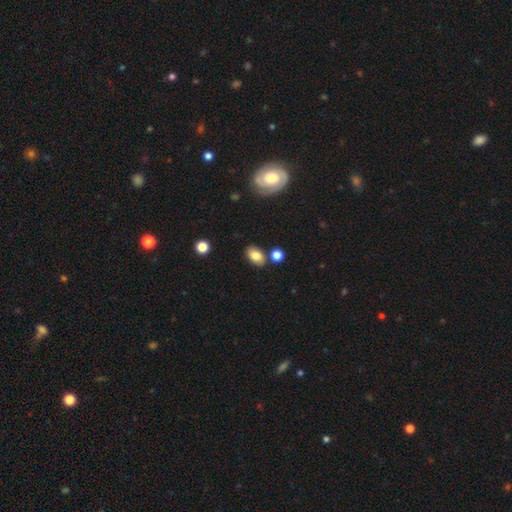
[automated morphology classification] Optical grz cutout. It shows a smooth galaxy with no disk features (80%) that is in between round and cigar-shaped (86%). Merging: none (76%).